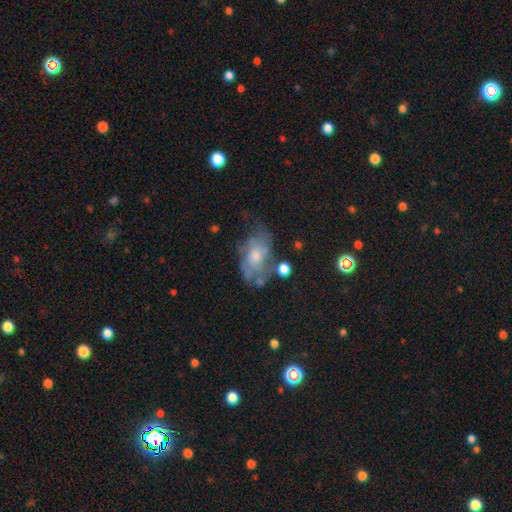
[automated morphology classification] This is possibly a featured or disk galaxy (53%). It is clearly not viewed edge-on (94%). Merging: marginally none (44%).